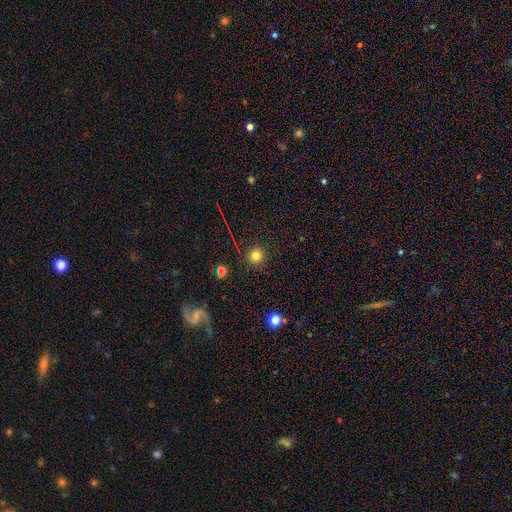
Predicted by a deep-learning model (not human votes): This appears to be a smooth galaxy with no disk features (77%) that is round (94%). Merging: none (90%).